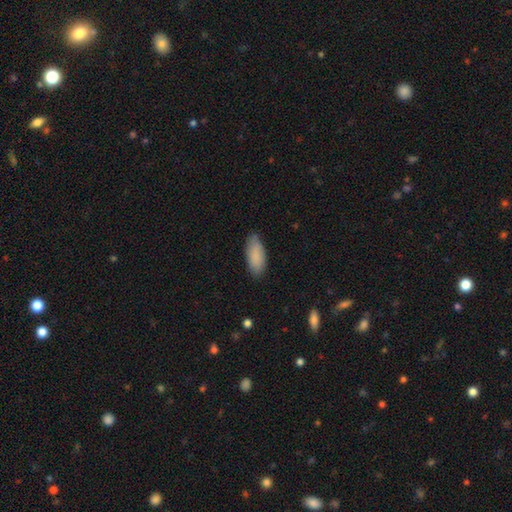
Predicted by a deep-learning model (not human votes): Smooth or featured: smooth — 88% (featured or disk — 6%)
How rounded: in between — 81% (cigar-shaped — 17%)
Merging: none — 83% (minor disturbance — 14%)